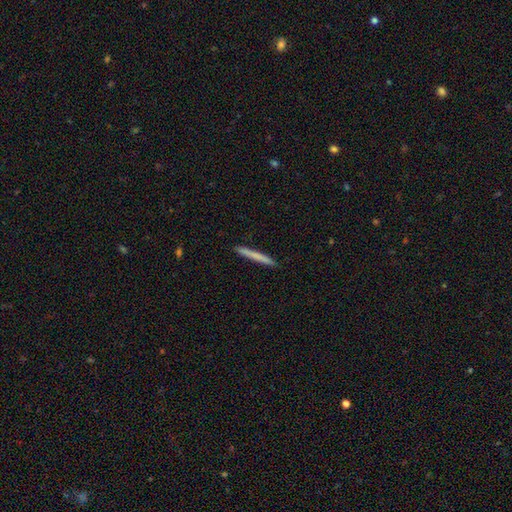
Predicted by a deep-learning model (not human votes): Smooth or featured? smooth (69%)
How rounded? cigar-shaped (97%)
Merging? none (92%)